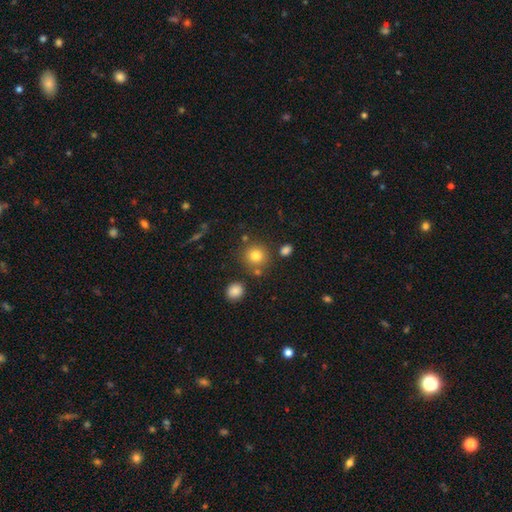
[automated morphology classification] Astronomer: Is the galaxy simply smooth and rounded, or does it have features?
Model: smooth — 79%.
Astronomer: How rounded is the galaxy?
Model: round — 90%.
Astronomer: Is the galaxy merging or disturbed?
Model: none — 78%.